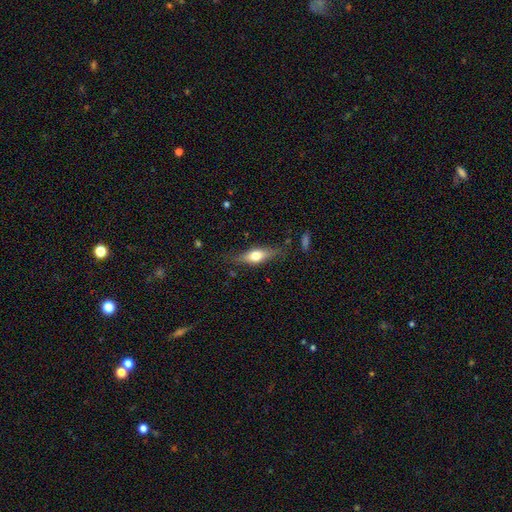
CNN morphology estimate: Smooth or featured? Predicted: smooth (p=0.56). How rounded? Predicted: in between (p=0.56). Merging? Predicted: none (p=0.75).